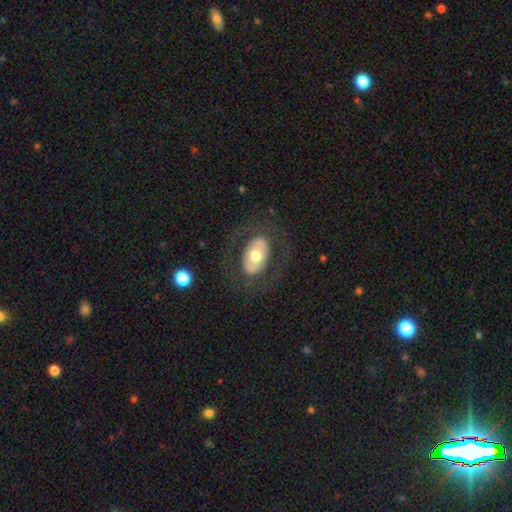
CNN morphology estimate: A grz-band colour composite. It shows a smooth galaxy with no disk features (49%). Merging: none (77%).